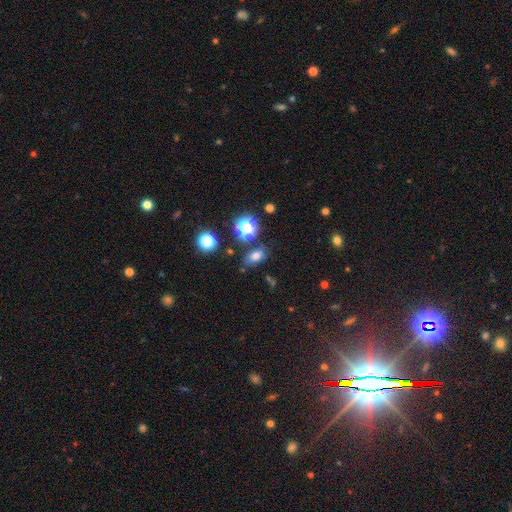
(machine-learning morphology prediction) Smooth or featured? Predicted: smooth (p=0.68). How rounded? Predicted: in between (p=0.78). Merging? Predicted: none (p=0.74).